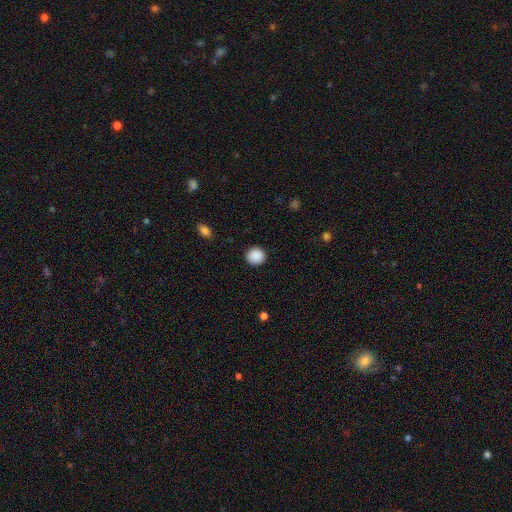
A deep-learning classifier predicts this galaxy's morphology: A smooth galaxy with no disk features (90%) that is round (91%). Merging: none (92%).